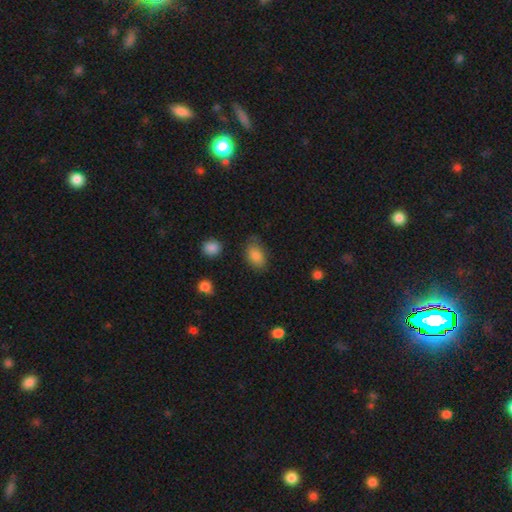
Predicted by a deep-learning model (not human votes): This appears to be a smooth galaxy with no disk features (85%) that is in between round and cigar-shaped (88%). Merging: none (72%).